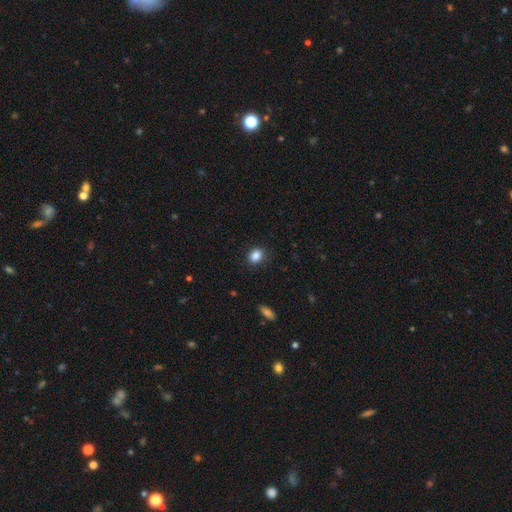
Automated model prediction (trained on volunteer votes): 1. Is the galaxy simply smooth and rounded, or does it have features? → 86% smooth, 10% star or artifact, 4% featured or disk.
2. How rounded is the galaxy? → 54% round, 45% in between, 1% cigar-shaped.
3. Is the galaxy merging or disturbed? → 88% none, 9% minor disturbance, 3% major disturbance, 1% merger.